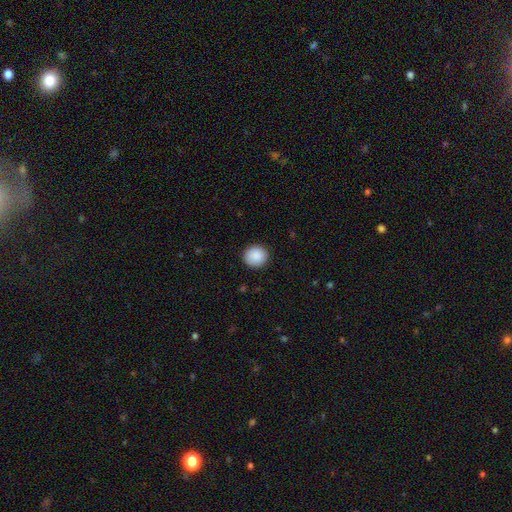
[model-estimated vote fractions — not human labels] Smooth or featured? Predicted: smooth (p=0.90). How rounded? Predicted: round (p=0.90). Merging? Predicted: none (p=0.91).